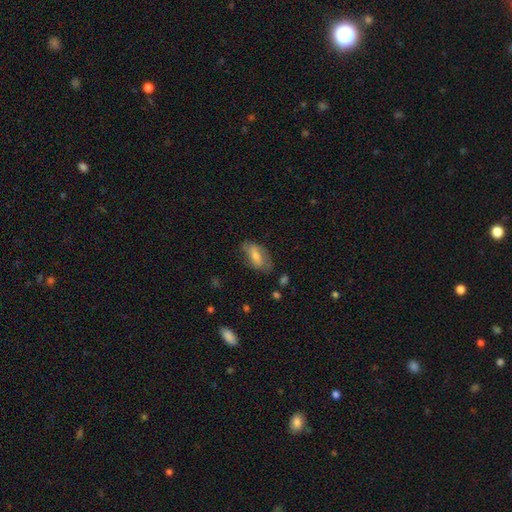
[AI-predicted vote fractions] This appears to be a smooth galaxy with no disk features (58%) that is in between round and cigar-shaped (86%). Merging: none (60%).